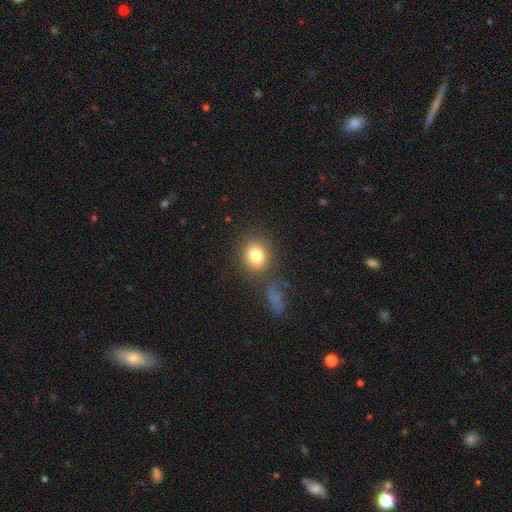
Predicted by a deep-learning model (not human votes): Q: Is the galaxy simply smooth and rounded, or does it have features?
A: smooth — 80%.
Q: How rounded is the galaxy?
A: round — 67%.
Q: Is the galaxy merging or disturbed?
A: none — 78%.